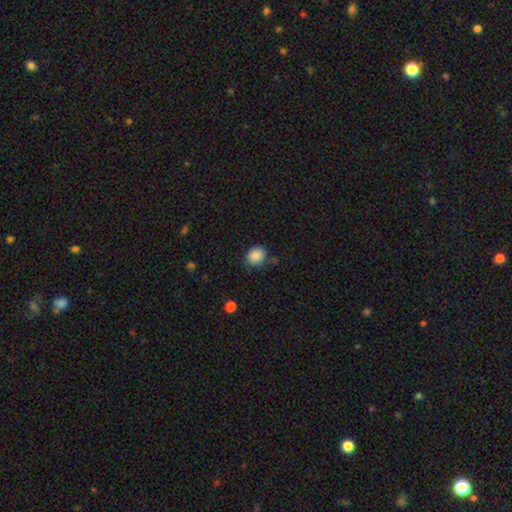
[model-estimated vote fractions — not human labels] The model was most divided on "how rounded": round: 64%, in between: 35%, cigar-shaped: 1%. More confident: smooth or featured — smooth (87%); merging — none (74%).